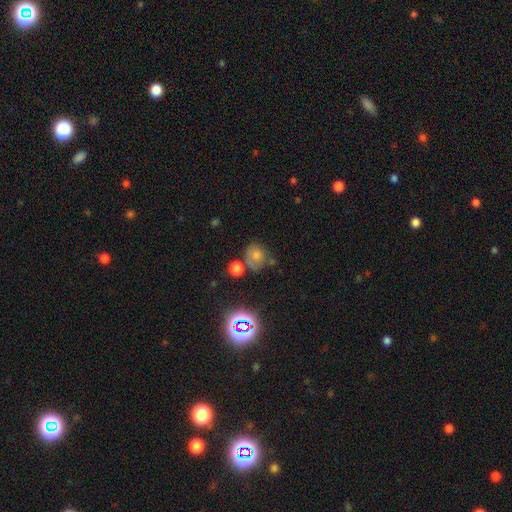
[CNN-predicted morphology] Smooth or featured? Predicted: smooth (p=0.63). How rounded? Predicted: round (p=0.68). Merging? Predicted: none (p=0.50).